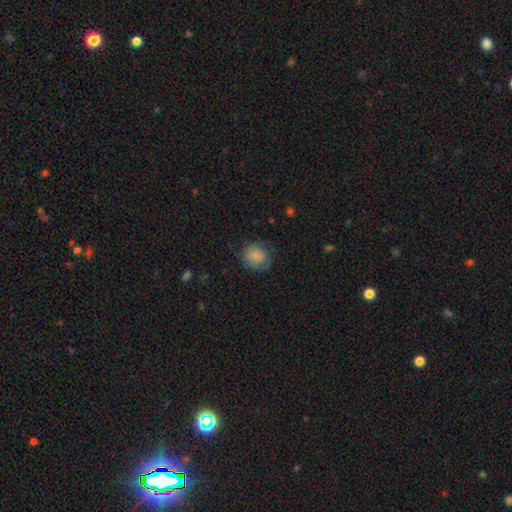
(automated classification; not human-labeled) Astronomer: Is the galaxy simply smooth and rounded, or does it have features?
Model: smooth — 82%.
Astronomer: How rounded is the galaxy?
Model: round — 80%.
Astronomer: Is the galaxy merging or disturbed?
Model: none — 72%.